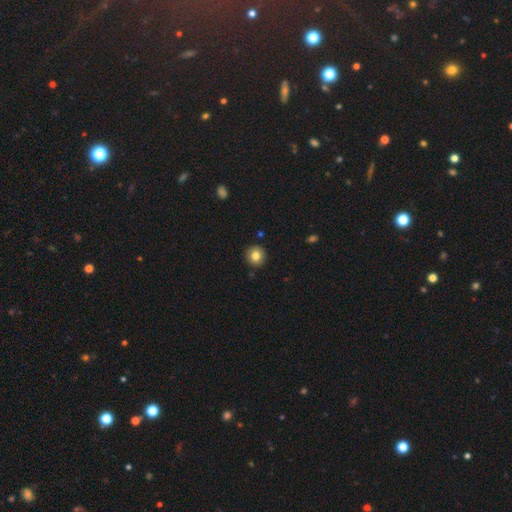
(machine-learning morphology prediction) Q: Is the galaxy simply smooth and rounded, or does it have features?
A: smooth — 81%.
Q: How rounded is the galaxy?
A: round — 93%.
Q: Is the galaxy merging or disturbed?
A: none — 91%.